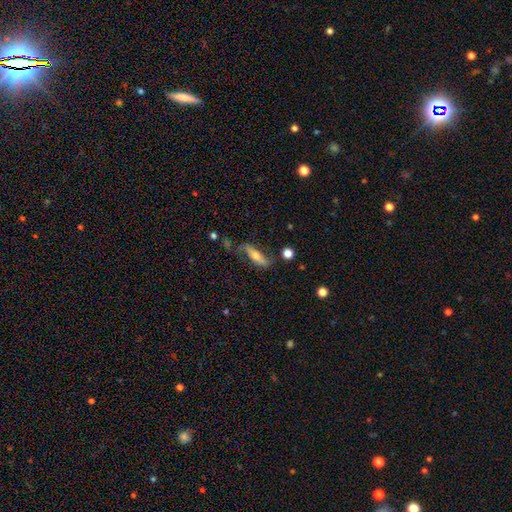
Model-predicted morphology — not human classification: The model was most divided on "smooth or featured": featured or disk: 51%, smooth: 43%, star or artifact: 6%. More confident: merging — none (61%); edge-on disk — no (54%).